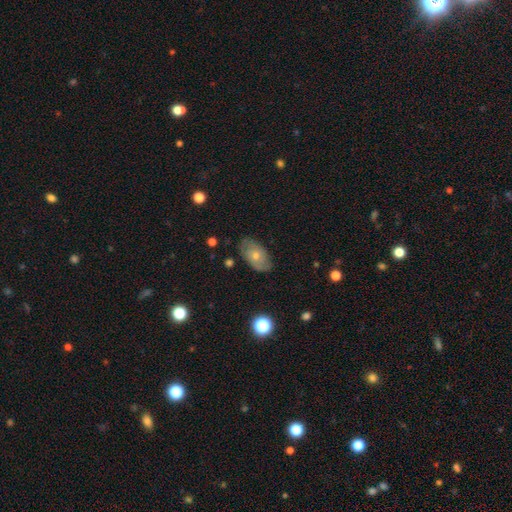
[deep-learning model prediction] Smooth or featured? smooth (59%)
How rounded? in between (92%)
Merging? none (77%)